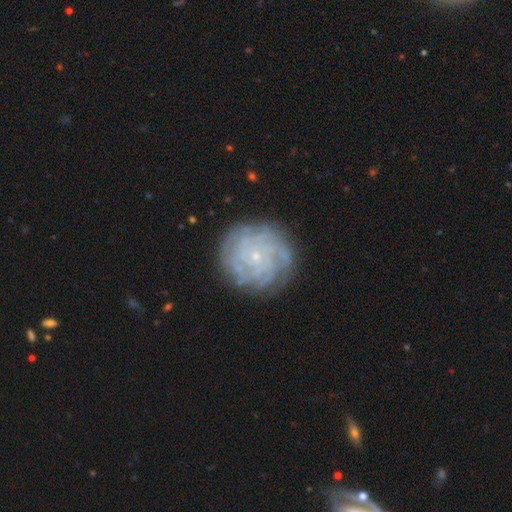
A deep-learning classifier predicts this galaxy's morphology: A featured or disk galaxy (80%) with no bar (82%), tight (81%) spiral arms (94%) and a small central bulge (87%).

Vote fractions:
- Smooth or featured? featured or disk: 80% / smooth: 13% / star or artifact: 8%
- Edge-on disk? no: 98% / yes: 2%
- Bar? no: 82% / weak: 15% / strong: 4%
- Spiral arms? yes: 94% / no: 6%
- Spiral winding? tight: 81% / medium: 15% / loose: 3%
- Spiral arm count? can't tell: 31% / more than 4: 22% / 4: 21% / 3: 11% / 2: 8% / 1: 7%
- Bulge size? small: 87% / moderate: 9% / none: 2% / large: 1% / dominant: 1%
- Merging? none: 82% / minor disturbance: 12% / major disturbance: 4% / merger: 1%